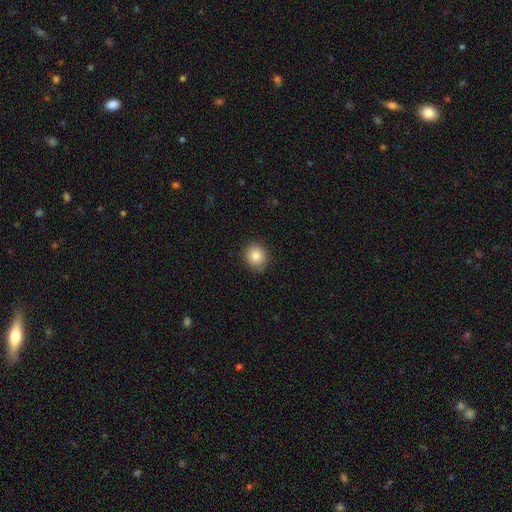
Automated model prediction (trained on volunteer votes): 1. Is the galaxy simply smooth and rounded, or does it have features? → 84% smooth, 9% star or artifact, 6% featured or disk.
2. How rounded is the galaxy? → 83% round, 16% in between, 1% cigar-shaped.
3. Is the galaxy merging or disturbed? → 86% none, 11% minor disturbance, 2% major disturbance, 1% merger.